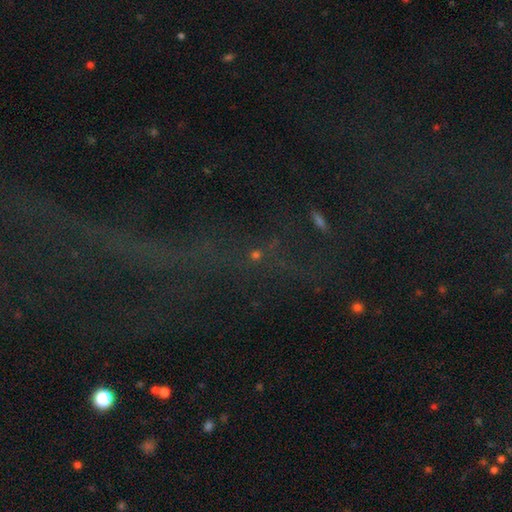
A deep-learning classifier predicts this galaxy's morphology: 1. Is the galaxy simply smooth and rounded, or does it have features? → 61% star or artifact, 22% smooth, 17% featured or disk.